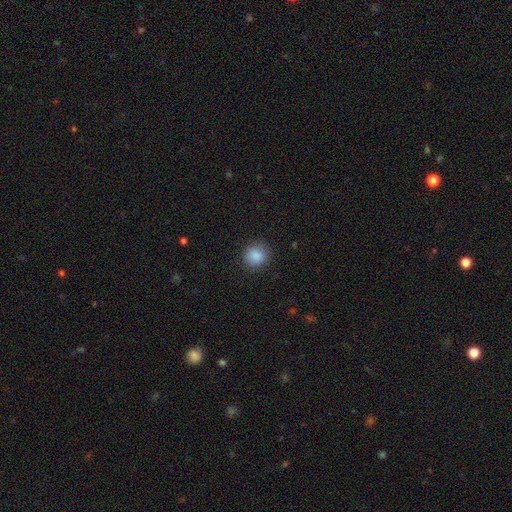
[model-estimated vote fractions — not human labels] This appears to be a smooth galaxy with no disk features (88%) that is round (86%). Merging: none (86%).